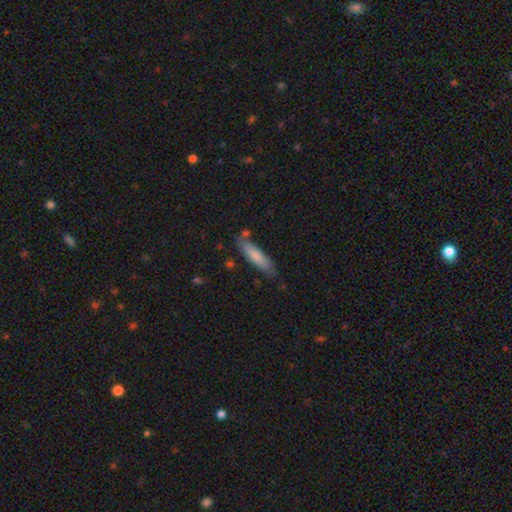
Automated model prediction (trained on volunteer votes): smooth-or-featured: smooth: 78% | featured or disk: 17% | star or artifact: 6%
  how-rounded: cigar-shaped: 76% | in between: 23% | round: 1%
  merging: none: 75% | minor disturbance: 17% | merger: 5% | major disturbance: 3%